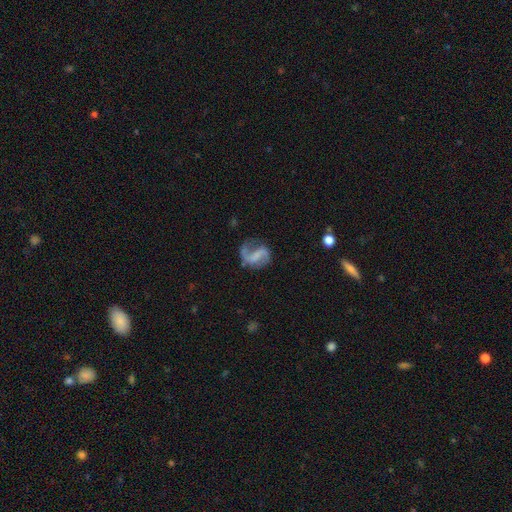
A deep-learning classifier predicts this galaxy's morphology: Q: Smooth or featured?
A: featured or disk (78%); runner-up: smooth (14%)
Q: Edge-on disk?
A: no (98%); runner-up: yes (2%)
Q: Bar?
A: weak (40%); runner-up: strong (34%)
Q: Spiral arms?
A: yes (92%); runner-up: no (8%)
Q: Spiral winding?
A: loose (55%); runner-up: medium (35%)
Q: Spiral arm count?
A: 2 (76%); runner-up: 1 (18%)
Q: Bulge size?
A: none (63%); runner-up: small (20%)
Q: Merging?
A: none (56%); runner-up: minor disturbance (21%)